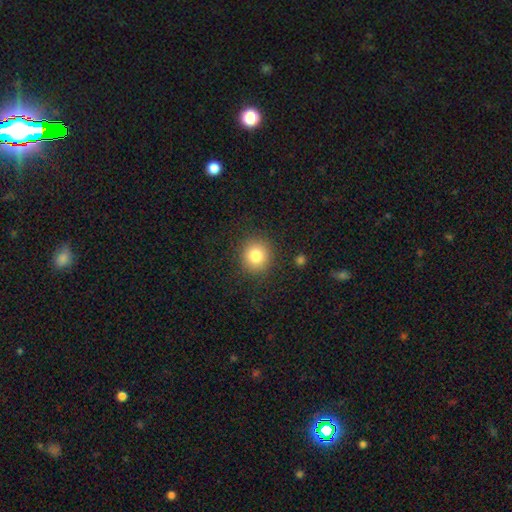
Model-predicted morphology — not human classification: Smooth or featured: smooth — 81% (star or artifact — 11%)
How rounded: round — 90% (in between — 9%)
Merging: none — 89% (minor disturbance — 7%)